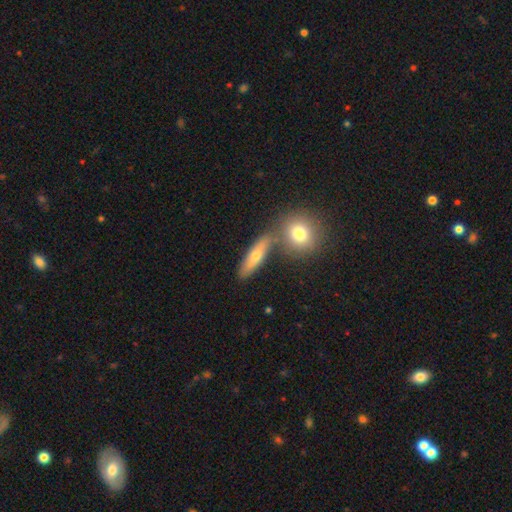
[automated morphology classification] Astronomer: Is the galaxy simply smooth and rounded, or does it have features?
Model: smooth — 54% (runner-up: featured or disk, 36%).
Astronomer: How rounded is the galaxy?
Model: cigar-shaped — 52% (runner-up: in between, 33%).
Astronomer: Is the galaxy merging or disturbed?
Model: none — 63%.